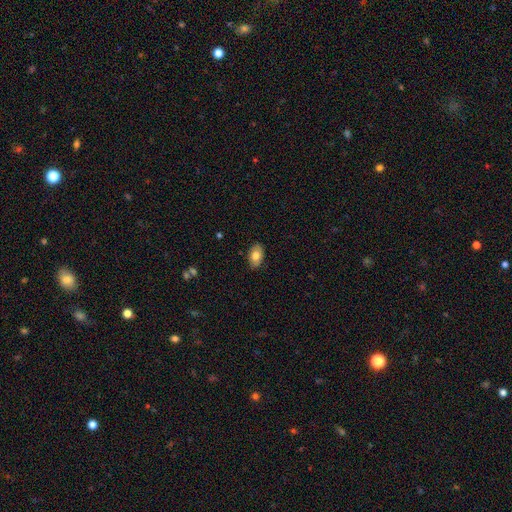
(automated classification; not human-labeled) Smooth or featured: smooth — 75% (featured or disk — 18%)
How rounded: in between — 92% (round — 7%)
Merging: none — 86% (minor disturbance — 11%)